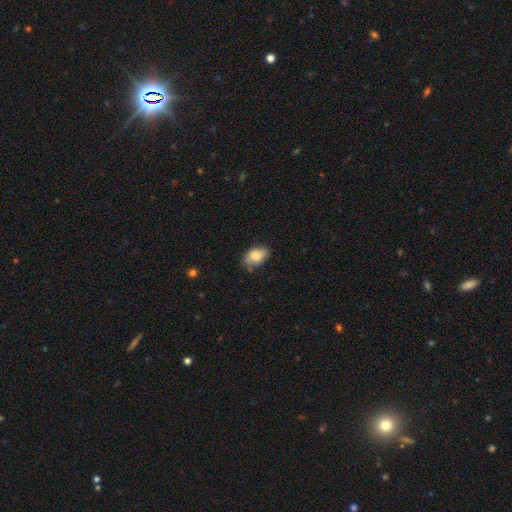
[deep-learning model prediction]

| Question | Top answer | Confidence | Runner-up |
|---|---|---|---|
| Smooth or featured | smooth | 80% | featured or disk (13%) |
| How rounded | in between | 88% | round (11%) |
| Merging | none | 58% | minor disturbance (33%) |